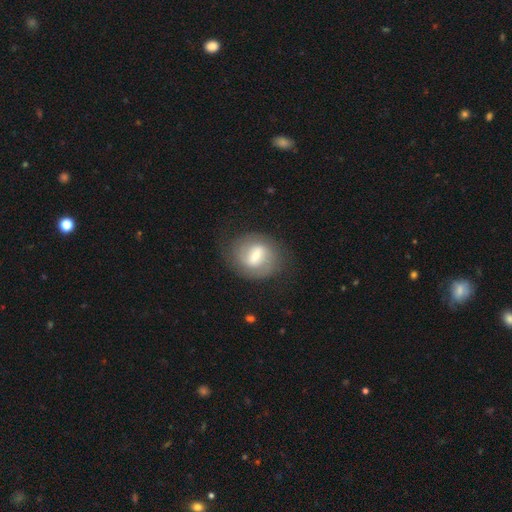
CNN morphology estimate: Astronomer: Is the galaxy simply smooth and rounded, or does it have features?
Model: featured or disk — 61%.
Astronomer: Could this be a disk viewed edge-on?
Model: no — 95%.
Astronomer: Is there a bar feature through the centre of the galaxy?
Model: weak — 46% (runner-up: strong, 43%).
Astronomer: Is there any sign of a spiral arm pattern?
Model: yes — 76%.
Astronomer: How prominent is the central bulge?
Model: moderate — 44% (runner-up: small, 35%).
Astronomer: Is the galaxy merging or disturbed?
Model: none — 72%.